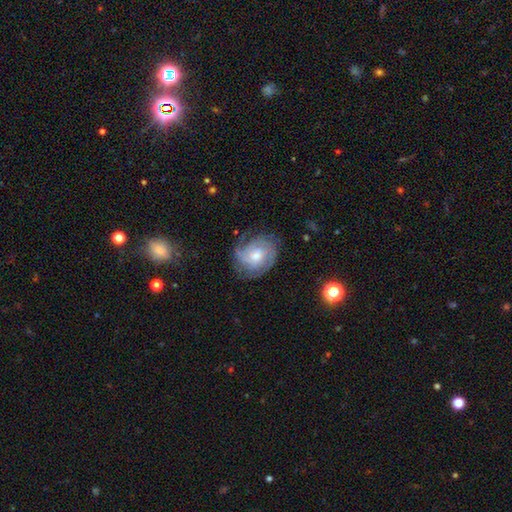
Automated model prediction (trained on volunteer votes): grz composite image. It shows a featured or disk galaxy (78%) with no bar (64%), tight (61%) spiral arms (94%) and a moderate central bulge (56%). Merging: none (68%).